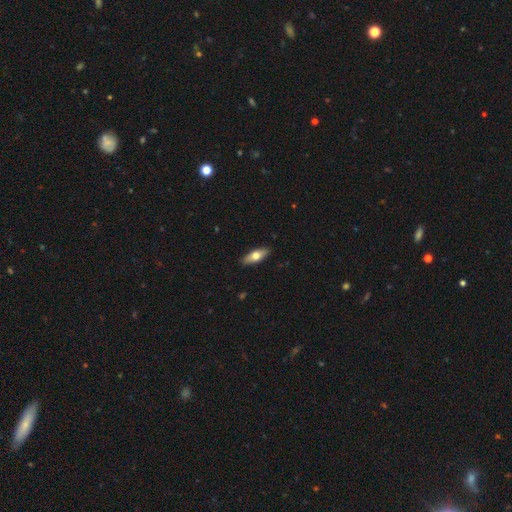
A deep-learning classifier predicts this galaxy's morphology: A smooth galaxy with no disk features (63%) that is in between round and cigar-shaped (63%).

Vote fractions:
- Smooth or featured? smooth: 63% / featured or disk: 31% / star or artifact: 6%
- How rounded? in between: 63% / cigar-shaped: 34% / round: 3%
- Merging? none: 90% / minor disturbance: 8% / major disturbance: 2% / merger: 1%